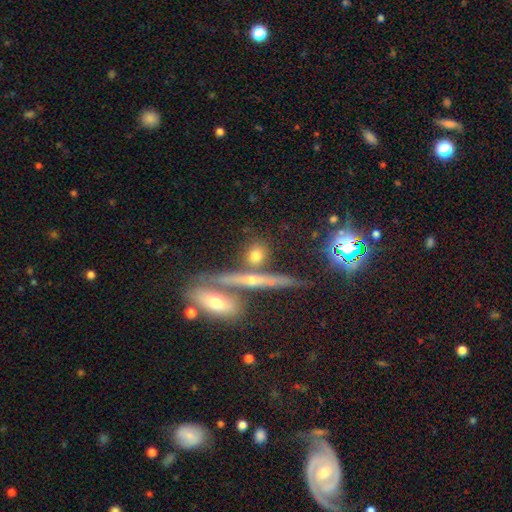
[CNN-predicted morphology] The model was most divided on "smooth or featured": smooth: 64%, featured or disk: 24%, star or artifact: 12%. More confident: merging — none (69%); how rounded — round (63%).